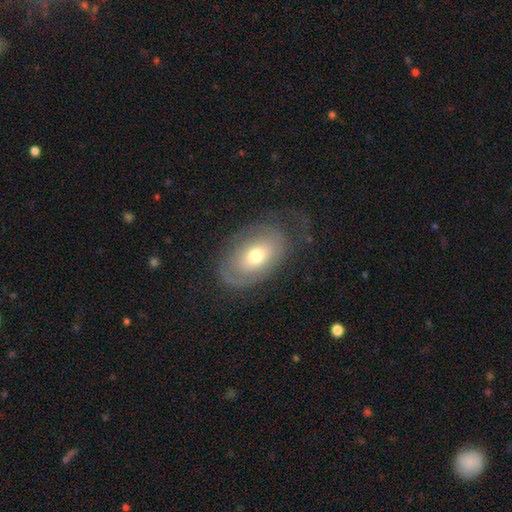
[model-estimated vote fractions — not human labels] featured or disk 48%, smooth 44%, star or artifact 7%. Down the decision tree: merging — none (59%).